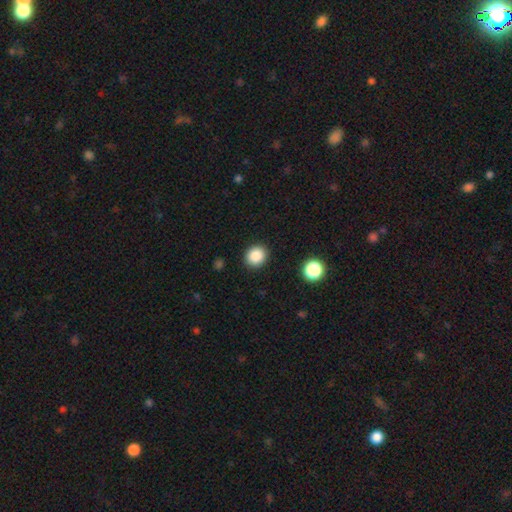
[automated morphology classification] Smooth or featured: smooth — 86% (star or artifact — 10%)
How rounded: round — 79% (in between — 20%)
Merging: none — 91% (minor disturbance — 6%)